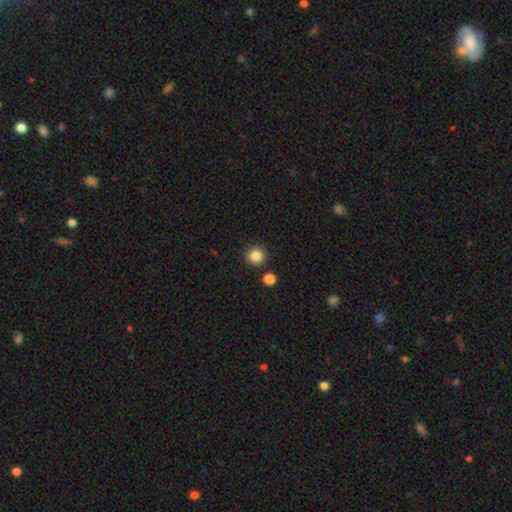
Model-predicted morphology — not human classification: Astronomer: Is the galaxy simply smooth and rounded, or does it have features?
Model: smooth — 86%.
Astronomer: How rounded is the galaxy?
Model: round — 94%.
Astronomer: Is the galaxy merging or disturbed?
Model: none — 89%.